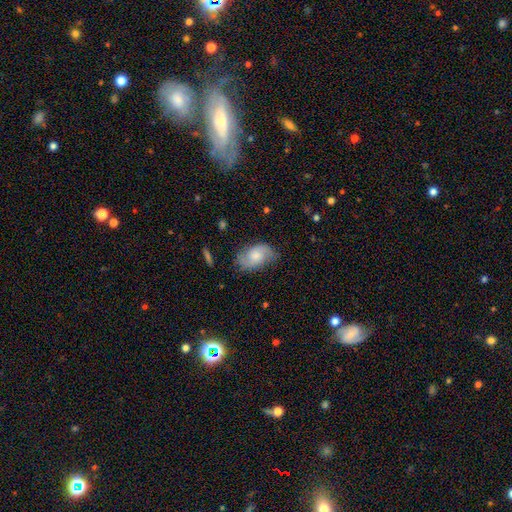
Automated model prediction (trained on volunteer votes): Morphology: type=featured or disk (51%); edge-on=no (95%); merging=none (71%).